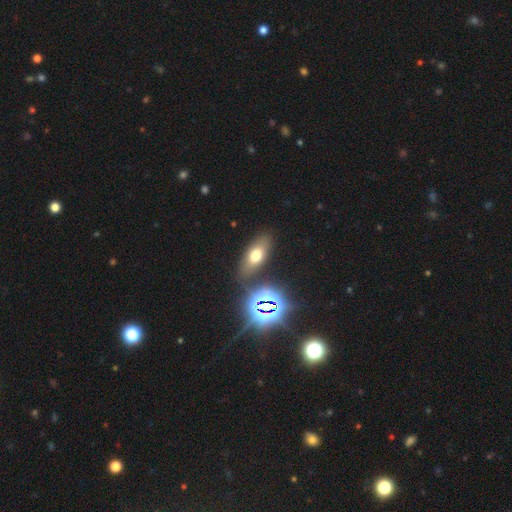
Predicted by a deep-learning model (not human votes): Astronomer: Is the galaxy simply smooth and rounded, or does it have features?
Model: smooth — 59%.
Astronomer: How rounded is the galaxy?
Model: in between — 78%.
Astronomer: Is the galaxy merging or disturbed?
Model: none — 78%.